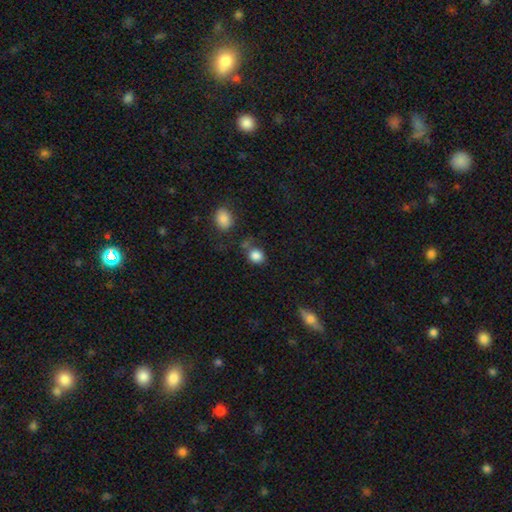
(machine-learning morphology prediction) smooth 85%, star or artifact 11%, featured or disk 5%. Down the decision tree: how rounded — round (75%); merging — none (66%).